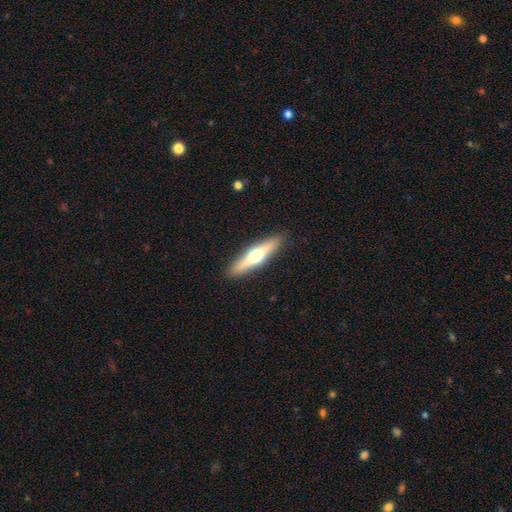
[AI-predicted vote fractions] smooth_or_featured: featured or disk (p=0.56) [alt: smooth p=0.38]
disk_edge_on: yes (p=0.94) [alt: no p=0.06]
edge_on_bulge: rounded (p=0.94) [alt: none p=0.03]
merging: none (p=0.90) [alt: minor disturbance p=0.07]